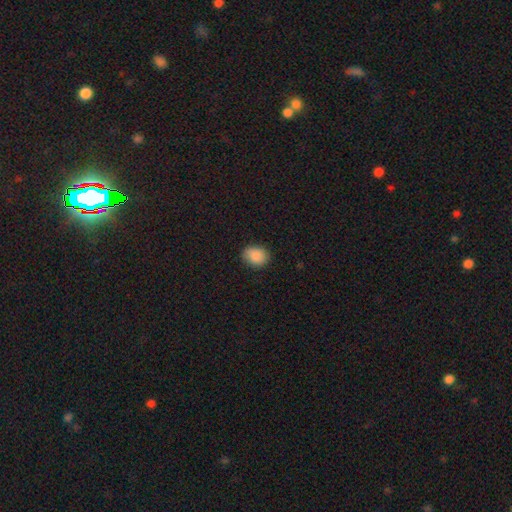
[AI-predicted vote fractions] This is clearly a smooth galaxy (88%). How rounded: possibly in between (53%). Merging: clearly none (82%).